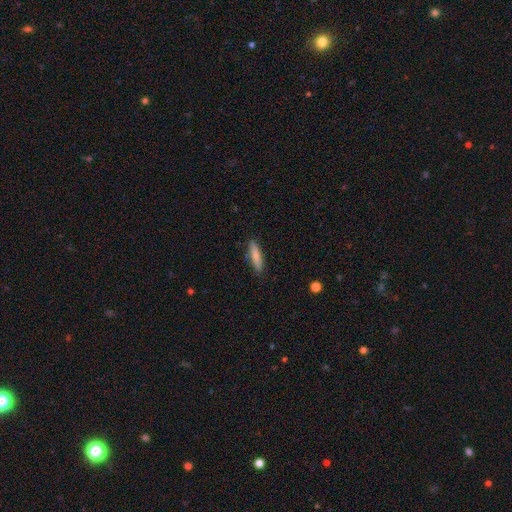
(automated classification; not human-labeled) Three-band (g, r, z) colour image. It shows a smooth galaxy with no disk features (79%) that is cigar-shaped (81%). Merging: none (86%).